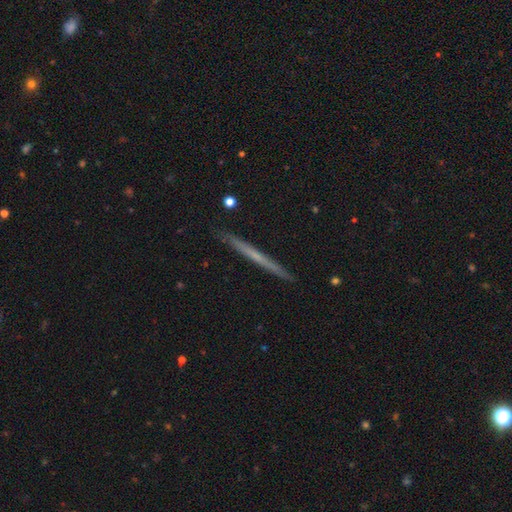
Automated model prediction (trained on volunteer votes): Q: Smooth or featured?
A: featured or disk (54%); runner-up: smooth (41%)
Q: Edge-on disk?
A: yes (98%); runner-up: no (2%)
Q: Edge-on bulge?
A: none (87%); runner-up: rounded (10%)
Q: Merging?
A: none (92%); runner-up: minor disturbance (6%)